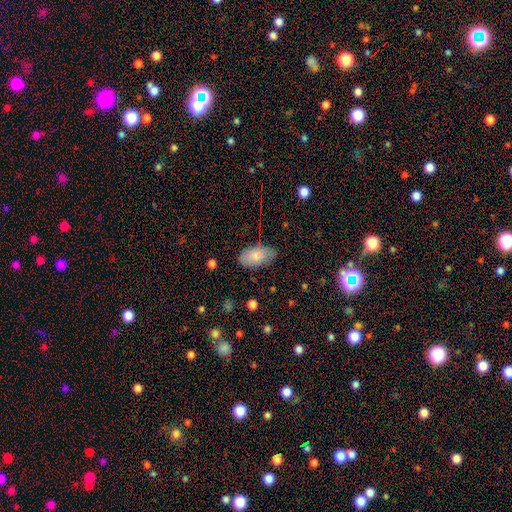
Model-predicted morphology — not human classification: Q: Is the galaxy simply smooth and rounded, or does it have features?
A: smooth — 79%.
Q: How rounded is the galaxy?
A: in between — 95%.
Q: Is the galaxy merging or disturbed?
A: none — 76%.